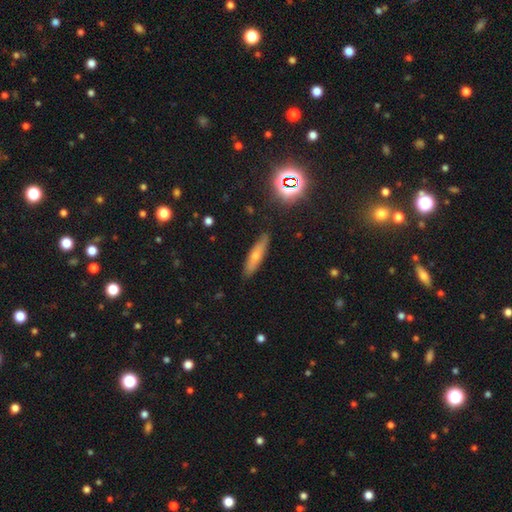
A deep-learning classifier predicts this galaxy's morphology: smooth-or-featured: smooth: 60% | featured or disk: 31% | star or artifact: 9%
  how-rounded: cigar-shaped: 75% | in between: 23% | round: 2%
  merging: none: 85% | minor disturbance: 11% | major disturbance: 2% | merger: 1%